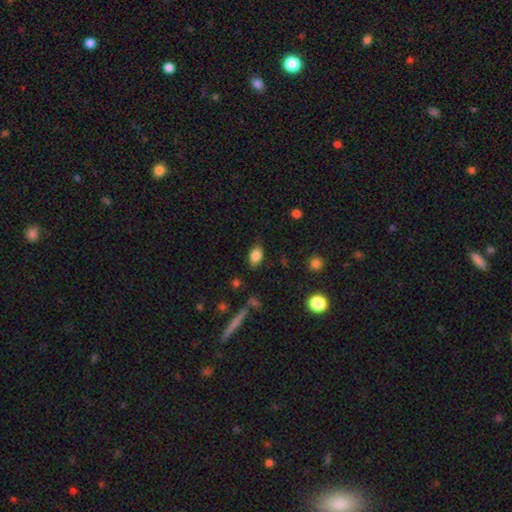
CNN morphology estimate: This appears to be a smooth galaxy with no disk features (82%) that is in between round and cigar-shaped (87%). Merging: none (78%).